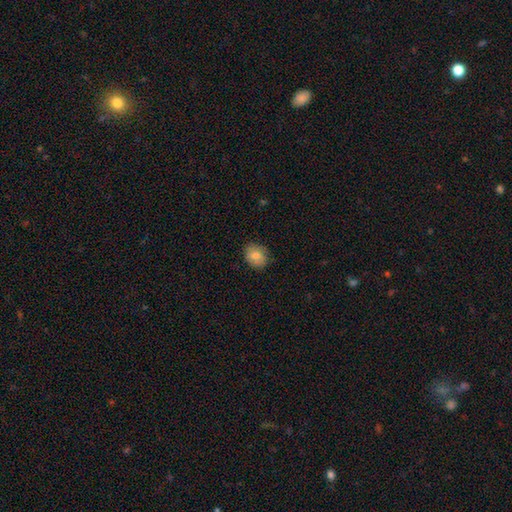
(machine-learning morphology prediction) smooth-or-featured: smooth: 80% | featured or disk: 12% | star or artifact: 8%
  how-rounded: round: 58% | in between: 41% | cigar-shaped: 1%
  merging: none: 84% | minor disturbance: 13% | major disturbance: 3% | merger: 1%